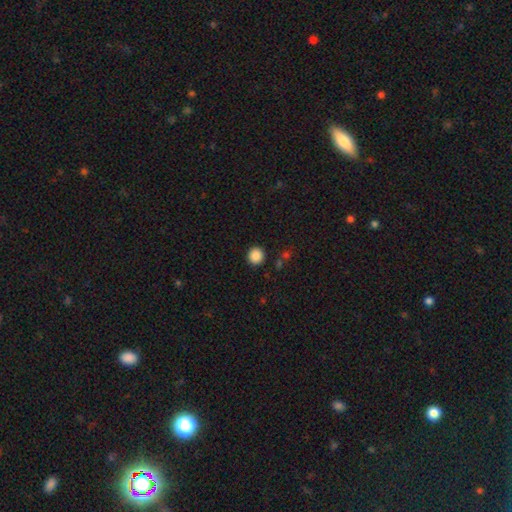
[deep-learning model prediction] Smooth or featured?
  - smooth: 87% *
  - star or artifact: 10%
  - featured or disk: 3%
How rounded?
  - round: 94% *
  - in between: 5%
  - cigar-shaped: 1%
Merging?
  - none: 91% *
  - minor disturbance: 5%
  - merger: 2%
  - major disturbance: 2%